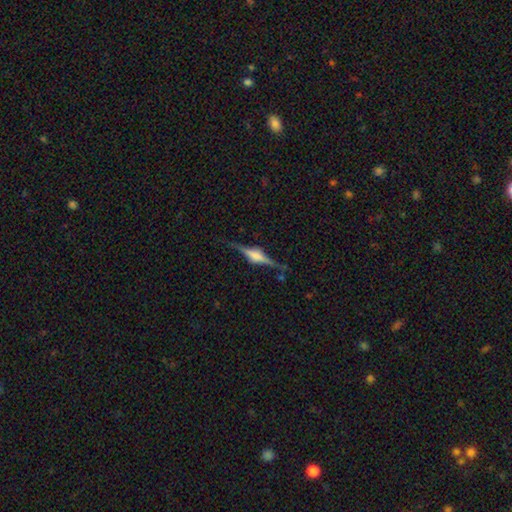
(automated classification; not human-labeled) A featured or disk galaxy (83%) viewed edge-on (98%) with a rounded central bulge (77%). Merging: none (85%).